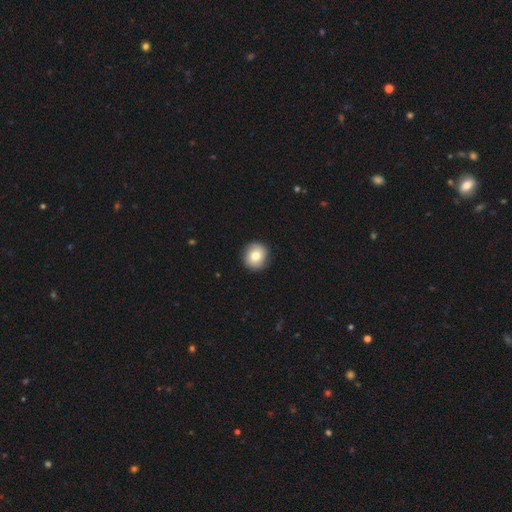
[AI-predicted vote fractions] smooth_or_featured: smooth (p=0.75) [alt: featured or disk p=0.17]
how_rounded: round (p=0.91) [alt: in between p=0.08]
merging: none (p=0.89) [alt: minor disturbance p=0.08]